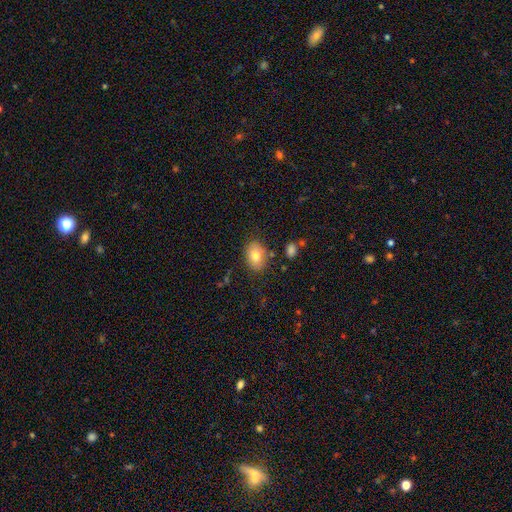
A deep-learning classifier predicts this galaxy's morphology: type=smooth (78%); roundness=in between (73%); merging=none (79%).